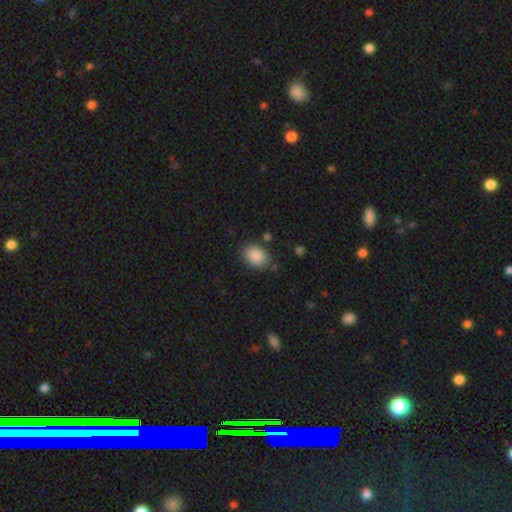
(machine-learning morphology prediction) Smooth or featured? Predicted: smooth (p=0.88). How rounded? Predicted: in between (p=0.67). Merging? Predicted: none (p=0.80).